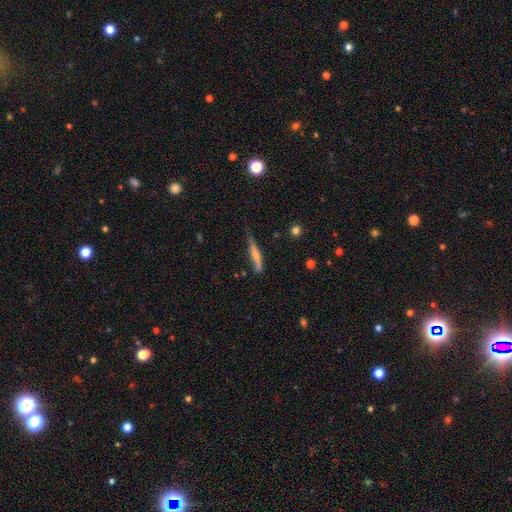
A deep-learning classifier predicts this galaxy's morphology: type=smooth (57%); roundness=cigar-shaped (91%); merging=none (54%).